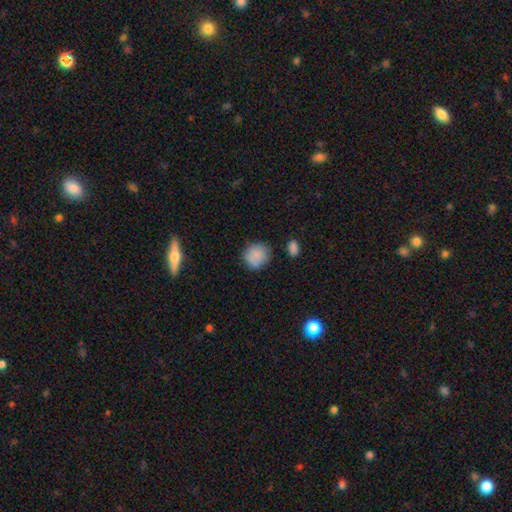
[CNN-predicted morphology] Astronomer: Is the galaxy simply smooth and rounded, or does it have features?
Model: smooth — 83%.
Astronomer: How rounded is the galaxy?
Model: round — 82%.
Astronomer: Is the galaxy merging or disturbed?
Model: none — 72%.